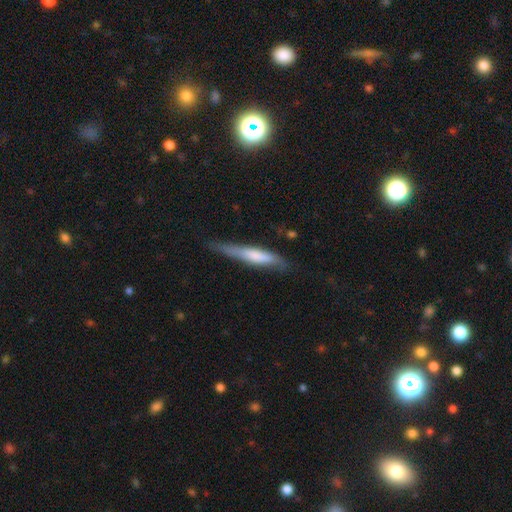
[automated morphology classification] This is possibly a smooth galaxy (60%). How rounded: clearly cigar-shaped (89%). Merging: likely none (60%).